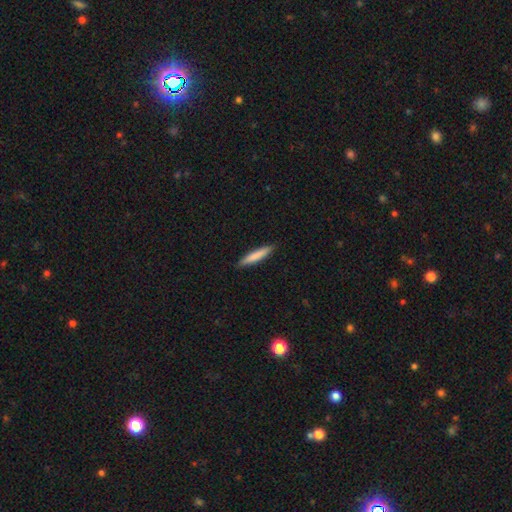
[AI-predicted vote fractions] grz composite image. It shows a smooth galaxy with no disk features (80%) that is cigar-shaped (91%). Merging: none (90%).